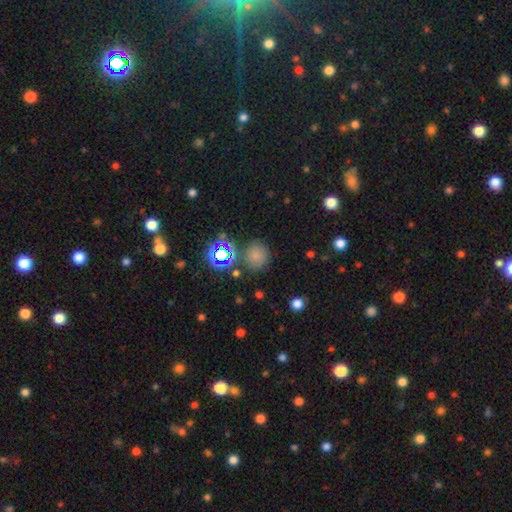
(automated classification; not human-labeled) Smooth or featured? smooth (69%)
How rounded? round (83%)
Merging? none (75%)